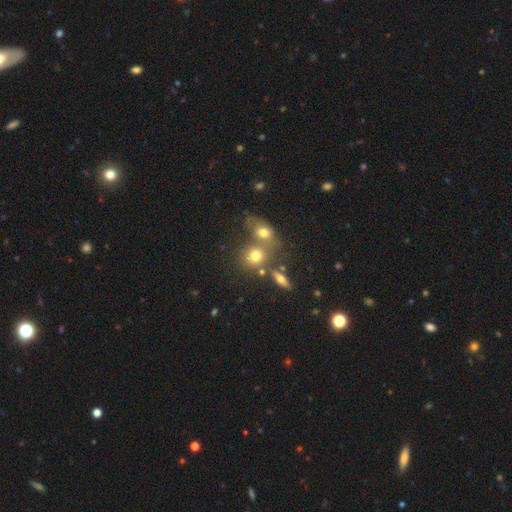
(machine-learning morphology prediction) smooth_or_featured: smooth (p=0.70) [alt: featured or disk p=0.17]
how_rounded: round (p=0.65) [alt: in between p=0.33]
merging: merger (p=0.49) [alt: none p=0.37]